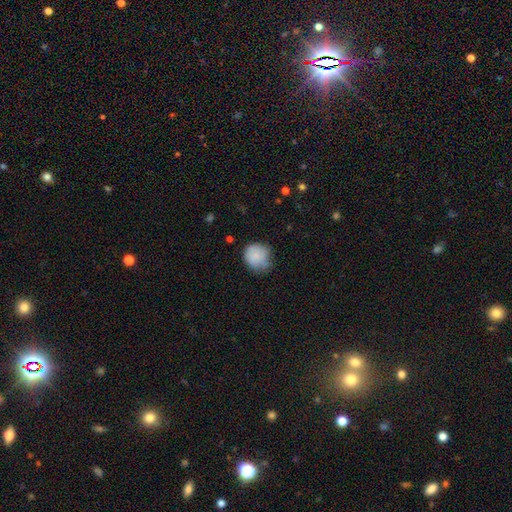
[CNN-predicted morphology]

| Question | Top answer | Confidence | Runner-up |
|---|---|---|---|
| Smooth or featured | smooth | 82% | featured or disk (10%) |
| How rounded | round | 82% | in between (17%) |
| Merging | none | 51% | minor disturbance (37%) |